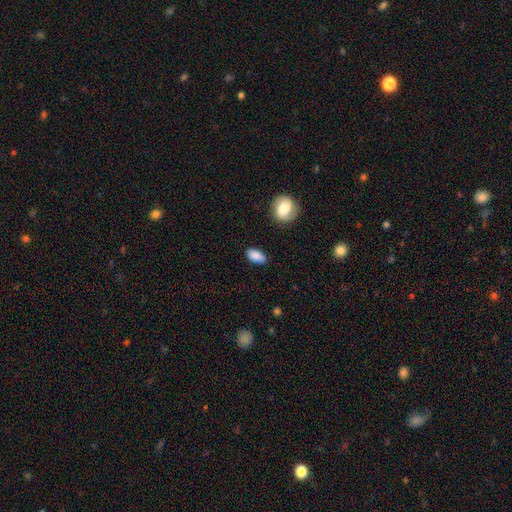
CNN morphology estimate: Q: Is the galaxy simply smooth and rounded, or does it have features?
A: smooth — 86%.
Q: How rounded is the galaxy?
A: in between — 91%.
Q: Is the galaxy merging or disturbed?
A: none — 83%.